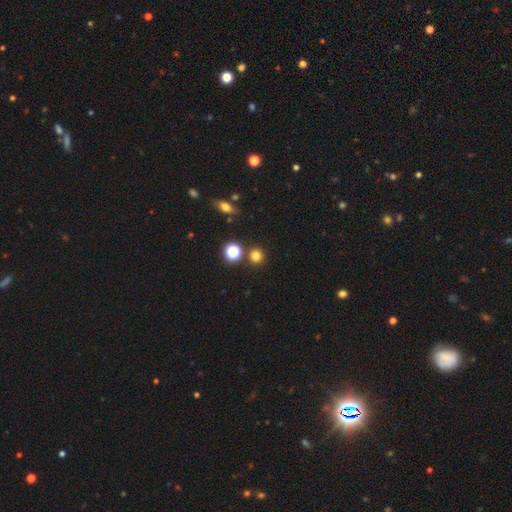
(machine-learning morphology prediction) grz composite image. It shows a smooth galaxy with no disk features (76%) that is round (92%). Merging: none (85%).